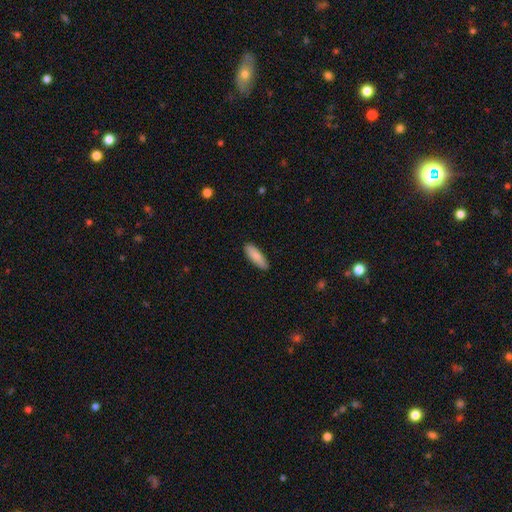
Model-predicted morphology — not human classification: Smooth or featured? Predicted: smooth (p=0.86). How rounded? Predicted: in between (p=0.52). Merging? Predicted: none (p=0.88).